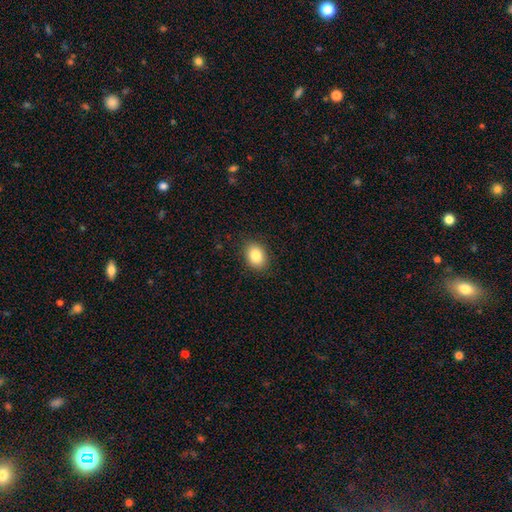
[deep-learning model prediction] The model was most divided on "how rounded": in between: 65%, round: 34%, cigar-shaped: 1%. More confident: merging — none (88%); smooth or featured — smooth (84%).